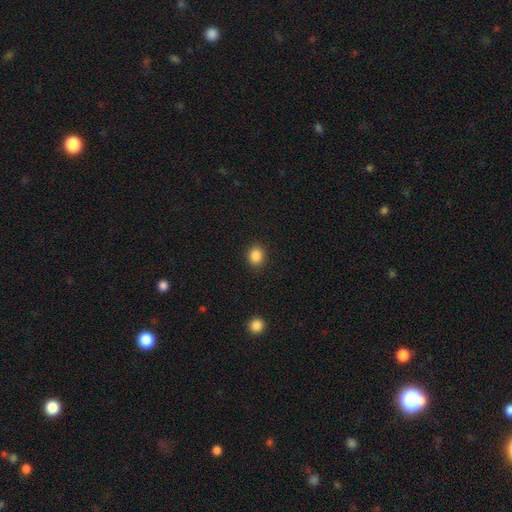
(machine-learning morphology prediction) This is clearly a smooth galaxy (87%). How rounded: likely round (72%). Merging: clearly none (91%).